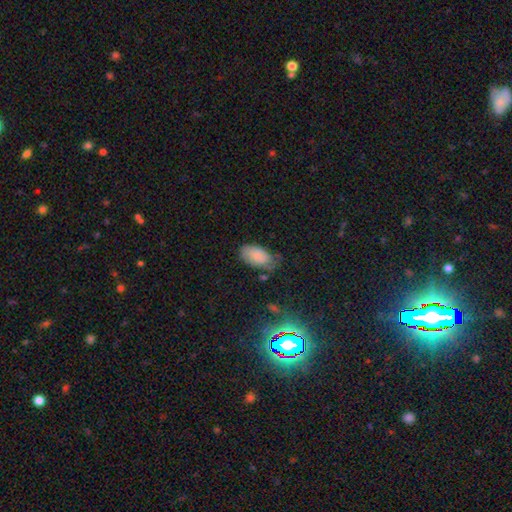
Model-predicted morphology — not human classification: Smooth or featured? smooth (82%)
How rounded? in between (94%)
Merging? none (56%)